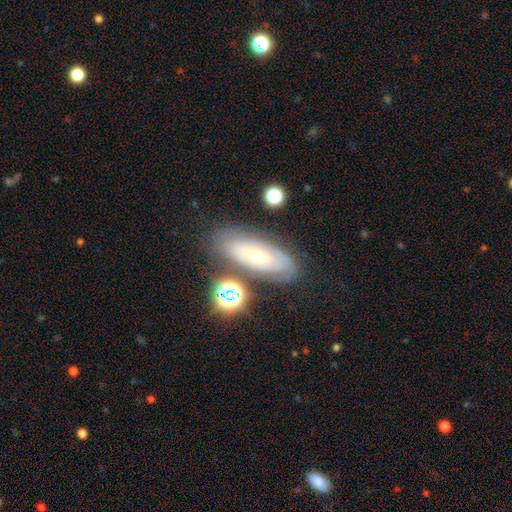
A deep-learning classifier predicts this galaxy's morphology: This appears to be a featured or disk galaxy (54%). Merging: none (74%).